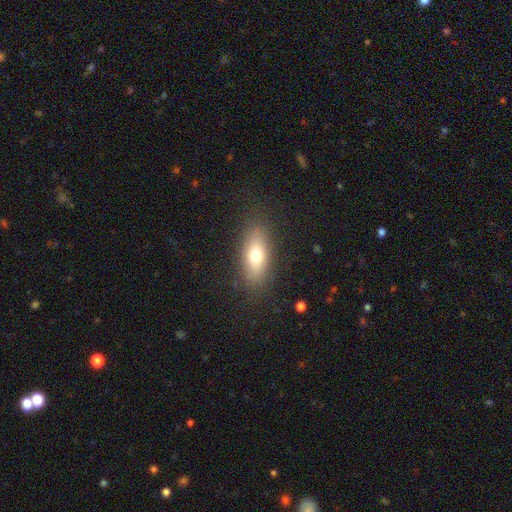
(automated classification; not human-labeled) Q: Smooth or featured?
A: smooth (71%); runner-up: featured or disk (20%)
Q: How rounded?
A: in between (75%); runner-up: cigar-shaped (18%)
Q: Merging?
A: none (84%); runner-up: minor disturbance (10%)